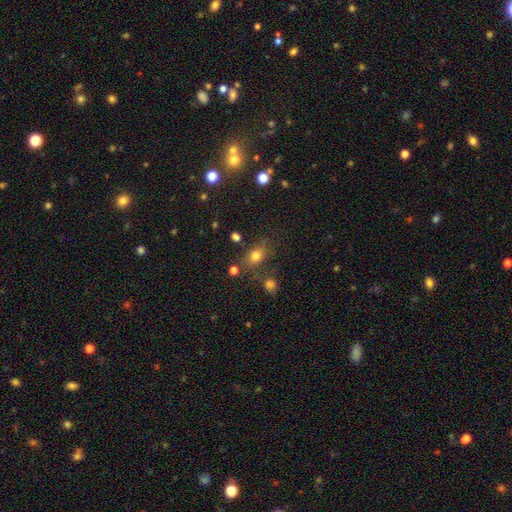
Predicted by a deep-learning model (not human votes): Smooth or featured? smooth (76%)
How rounded? in between (58%)
Merging? none (66%)